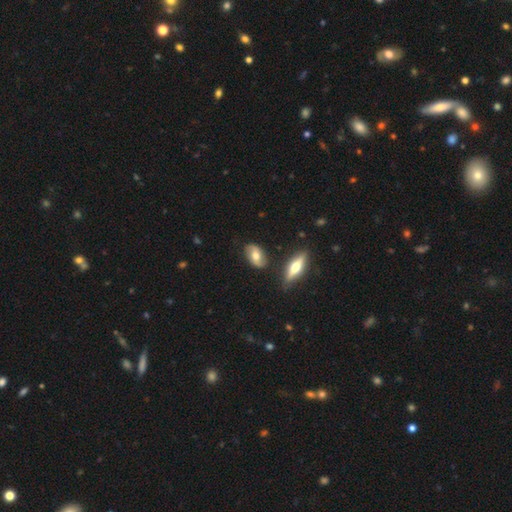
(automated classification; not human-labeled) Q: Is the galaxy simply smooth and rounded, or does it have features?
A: featured or disk — 49%.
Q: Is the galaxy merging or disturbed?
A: none — 80%.